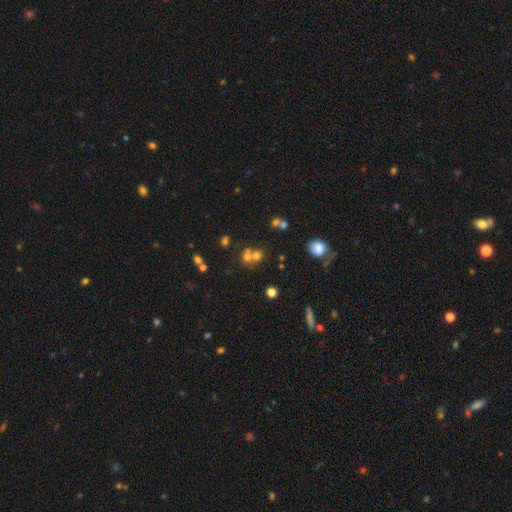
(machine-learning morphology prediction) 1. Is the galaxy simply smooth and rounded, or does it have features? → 62% smooth, 21% star or artifact, 16% featured or disk.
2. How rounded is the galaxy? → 81% round, 18% in between, 1% cigar-shaped.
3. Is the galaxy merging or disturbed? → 50% merger, 40% none, 7% minor disturbance, 4% major disturbance.